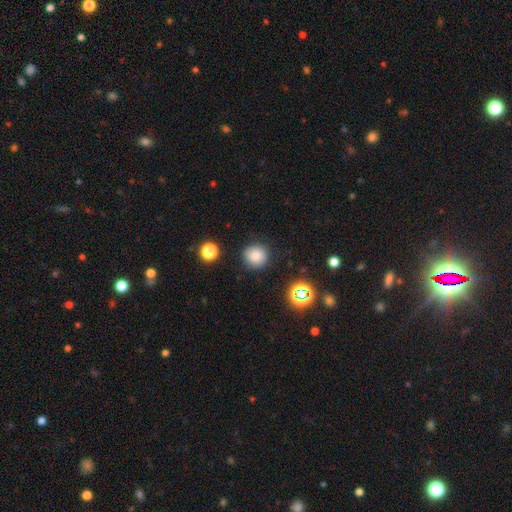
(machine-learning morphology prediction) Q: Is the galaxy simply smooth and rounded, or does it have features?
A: smooth — 81%.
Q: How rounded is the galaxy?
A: round — 92%.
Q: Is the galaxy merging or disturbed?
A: none — 86%.